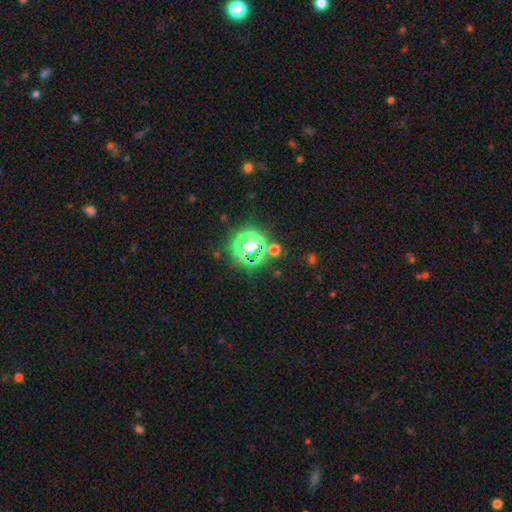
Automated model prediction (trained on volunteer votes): Smooth or featured: star or artifact — 72% (smooth — 20%)